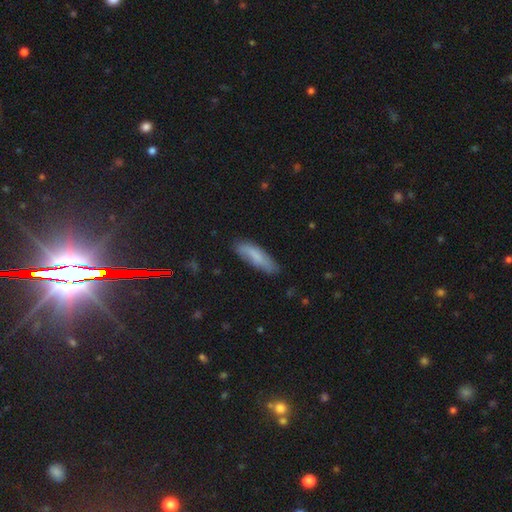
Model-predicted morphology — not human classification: This appears to be a smooth galaxy with no disk features (73%) that is cigar-shaped (61%). Merging: none (78%).